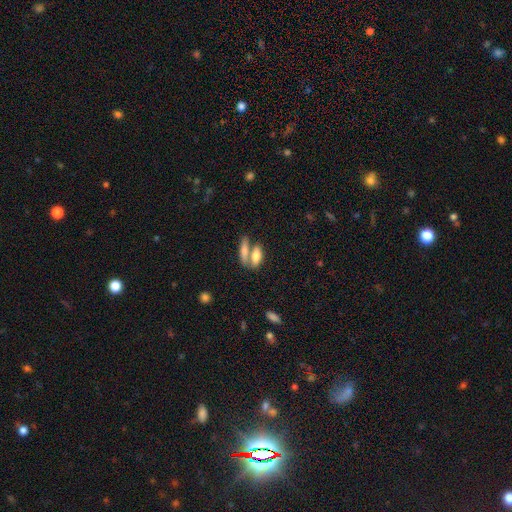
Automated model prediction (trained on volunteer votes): Morphology: type=smooth (74%); roundness=in between (71%); merging=merger (46%).